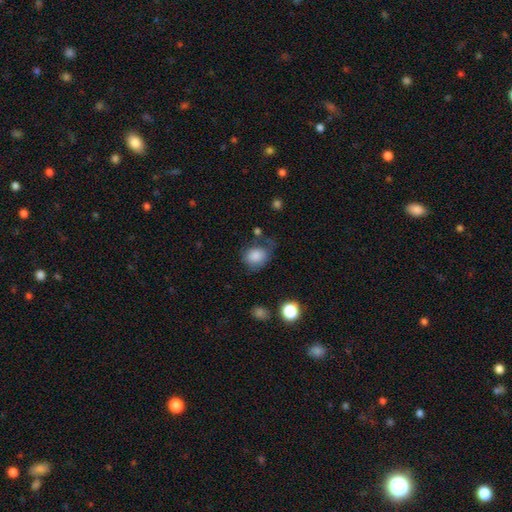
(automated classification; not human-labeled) Q: Smooth or featured?
A: smooth (84%); runner-up: star or artifact (9%)
Q: How rounded?
A: round (54%); runner-up: in between (45%)
Q: Merging?
A: none (55%); runner-up: minor disturbance (28%)